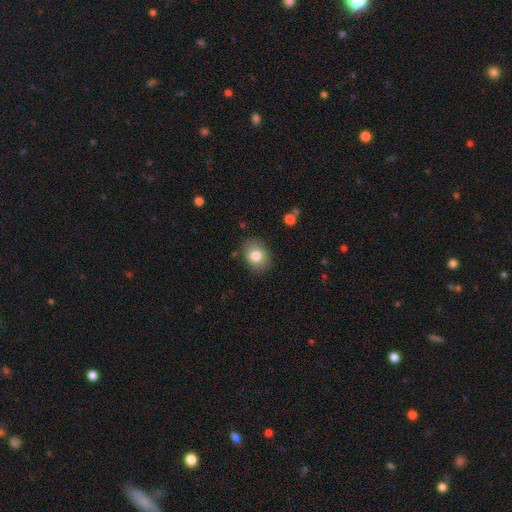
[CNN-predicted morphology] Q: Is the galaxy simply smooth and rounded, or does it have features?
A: smooth — 80%.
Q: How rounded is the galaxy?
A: in between — 62%.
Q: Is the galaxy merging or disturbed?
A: none — 84%.